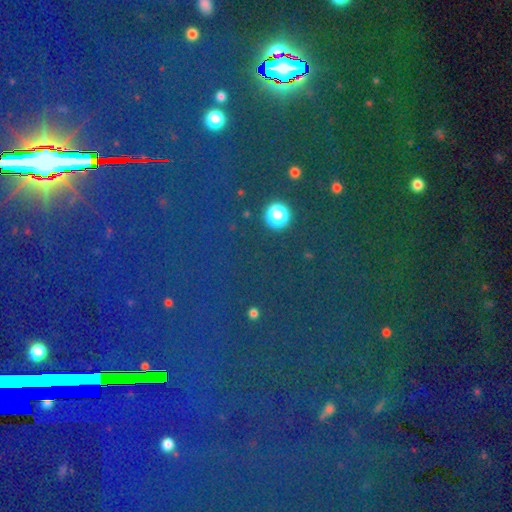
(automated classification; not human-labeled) This is clearly a star or artifact rather than a galaxy (83%).